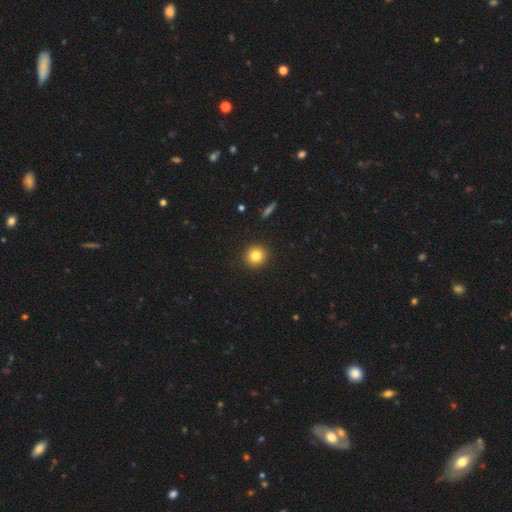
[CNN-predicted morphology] Smooth or featured? smooth (82%)
How rounded? round (93%)
Merging? none (92%)